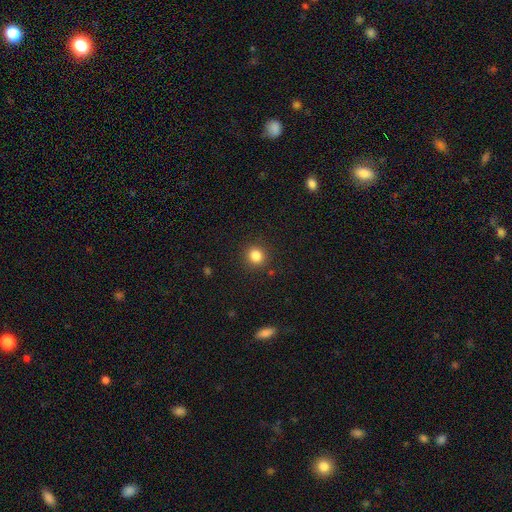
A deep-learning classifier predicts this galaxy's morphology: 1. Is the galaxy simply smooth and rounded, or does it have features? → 83% smooth, 12% star or artifact, 5% featured or disk.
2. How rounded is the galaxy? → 88% round, 11% in between, 1% cigar-shaped.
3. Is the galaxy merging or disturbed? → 90% none, 6% minor disturbance, 2% major disturbance, 1% merger.